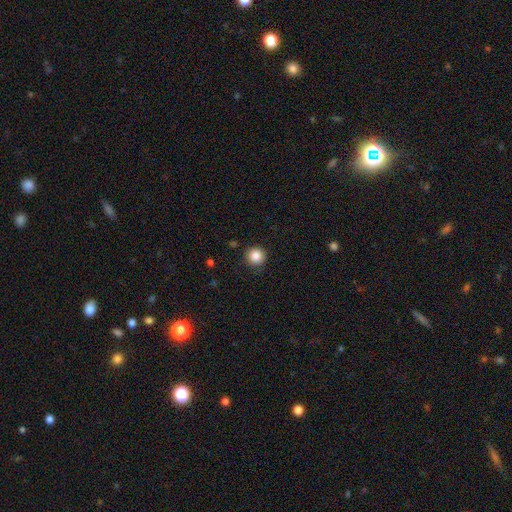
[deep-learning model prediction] smooth 85%, star or artifact 10%, featured or disk 4%. Down the decision tree: how rounded — round (95%); merging — none (89%).